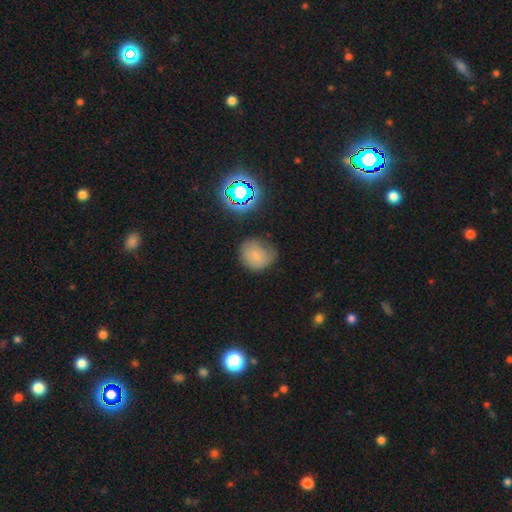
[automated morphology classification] smooth-or-featured: smooth: 68% | star or artifact: 16% | featured or disk: 16%
  how-rounded: round: 70% | in between: 29% | cigar-shaped: 1%
  merging: none: 60% | minor disturbance: 29% | major disturbance: 8% | merger: 3%